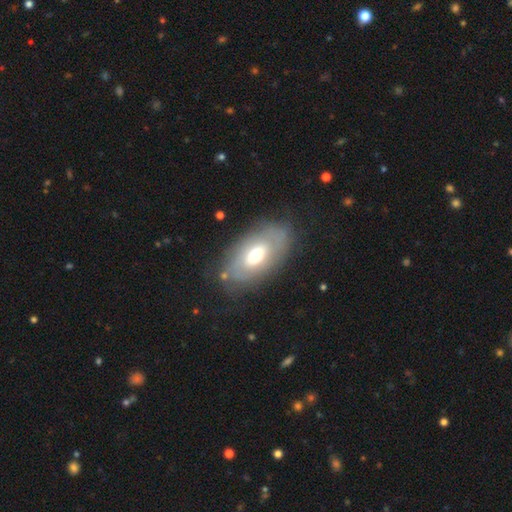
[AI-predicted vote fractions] This is possibly a smooth galaxy (48%). Merging: likely none (73%).